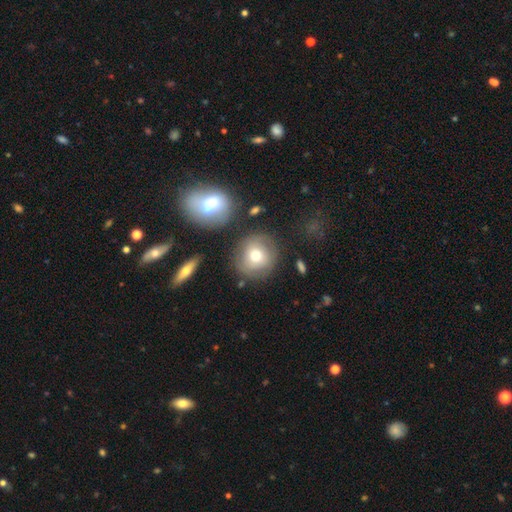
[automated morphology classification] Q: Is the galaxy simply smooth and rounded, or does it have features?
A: smooth — 66%.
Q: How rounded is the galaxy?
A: round — 88%.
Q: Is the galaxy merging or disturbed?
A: none — 75%.